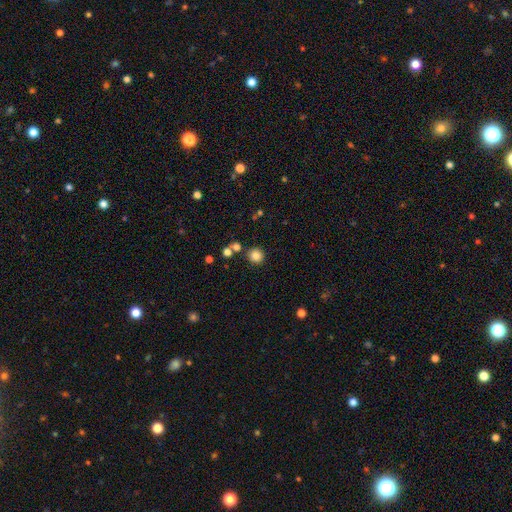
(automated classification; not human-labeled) smooth 82%, star or artifact 12%, featured or disk 6%. Down the decision tree: how rounded — round (92%); merging — none (83%).